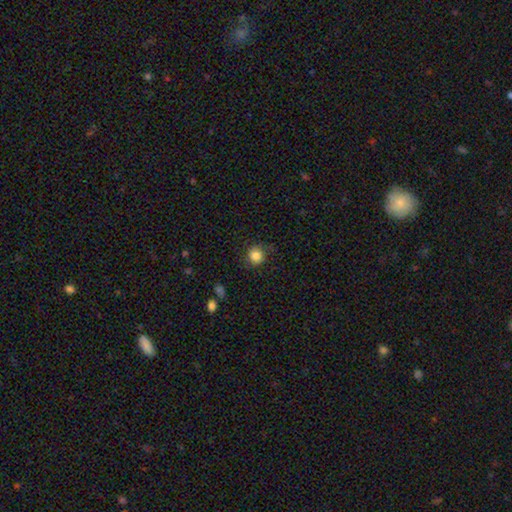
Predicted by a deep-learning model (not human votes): Overall: smooth (84%). How rounded: round (89%). Merging: none (79%).